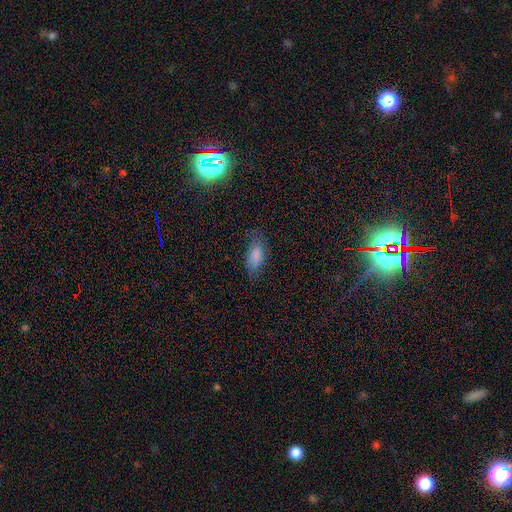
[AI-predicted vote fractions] Smooth or featured?
  - smooth: 81% *
  - featured or disk: 10%
  - star or artifact: 8%
How rounded?
  - in between: 85% *
  - cigar-shaped: 12%
  - round: 3%
Merging?
  - none: 67% *
  - minor disturbance: 23%
  - major disturbance: 8%
  - merger: 2%